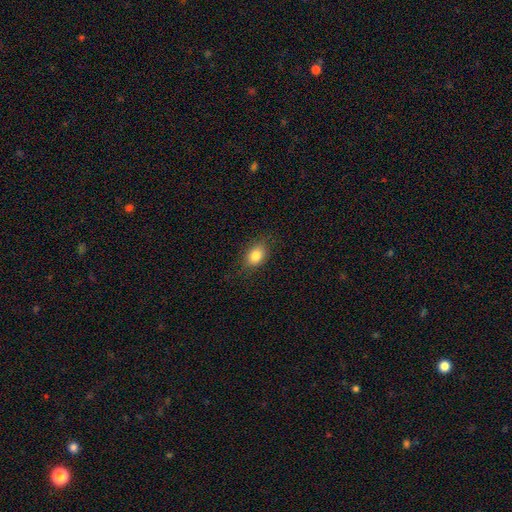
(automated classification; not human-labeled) This is clearly a smooth galaxy (83%). How rounded: likely in between (72%). Merging: clearly none (81%).